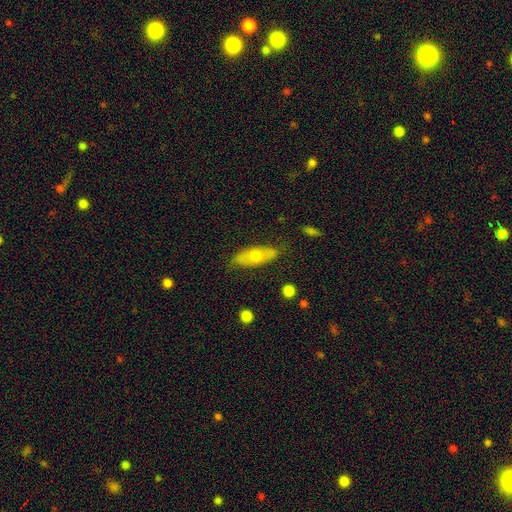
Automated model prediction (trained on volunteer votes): Smooth or featured? smooth (57%)
How rounded? in between (71%)
Merging? none (78%)